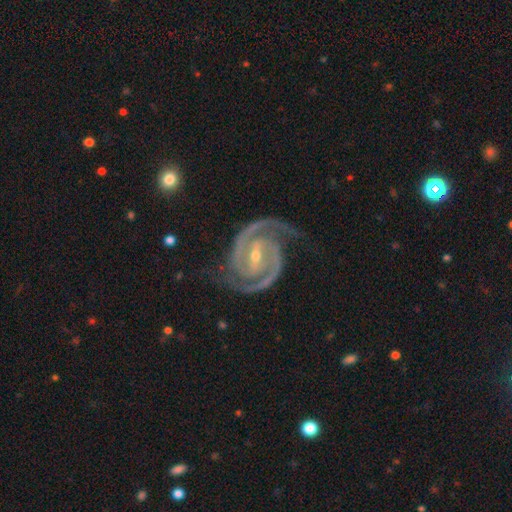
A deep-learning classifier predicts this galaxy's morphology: Smooth or featured? featured or disk (94%)
Edge-on disk? no (98%)
Bar? strong (44%)
Spiral arms? yes (99%)
Spiral winding? tight (50%)
Spiral arm count? 2 (91%)
Bulge size? small (58%)
Merging? none (78%)